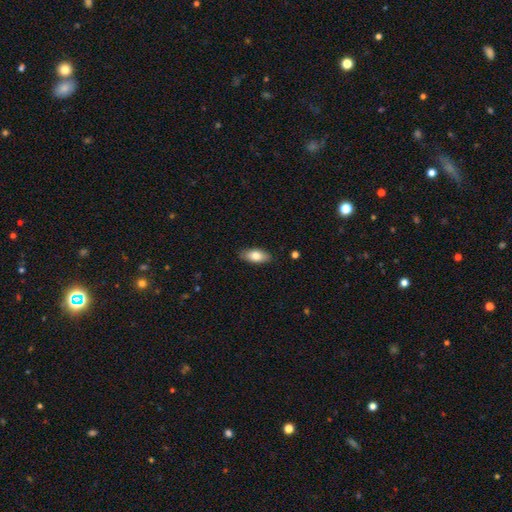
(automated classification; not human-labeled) Smooth or featured? smooth (79%)
How rounded? in between (88%)
Merging? none (86%)